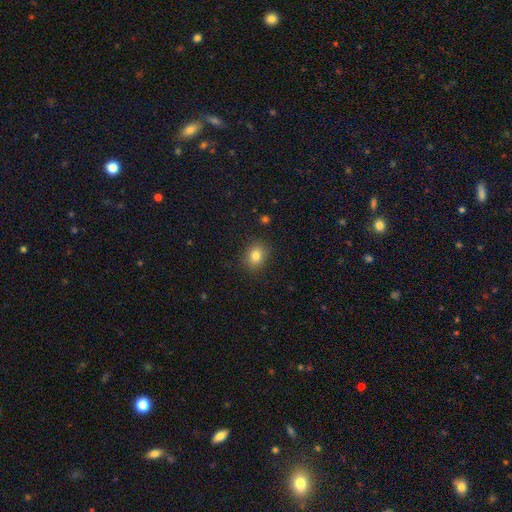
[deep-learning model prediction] Overall: smooth (82%). How rounded: round (52%; in between 47%). Merging: none (86%).